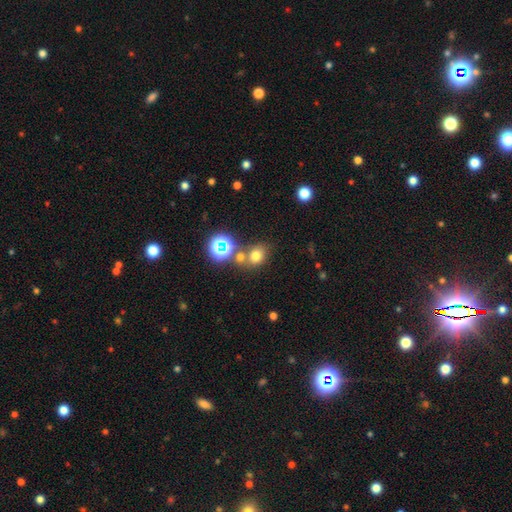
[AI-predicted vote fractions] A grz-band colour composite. It shows a smooth galaxy with no disk features (69%) that is round (58%). Merging: none (60%).